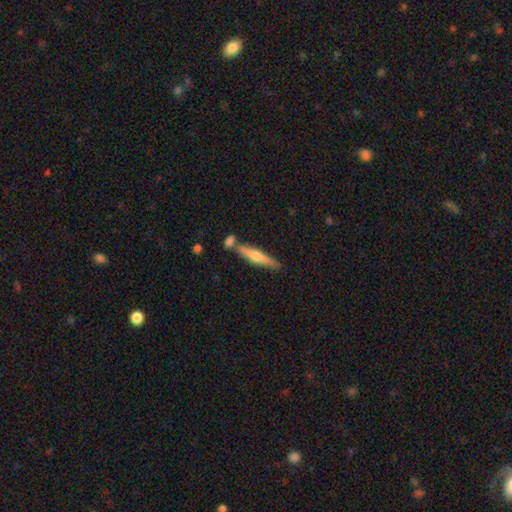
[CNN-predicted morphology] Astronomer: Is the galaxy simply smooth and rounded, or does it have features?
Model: featured or disk — 53% (runner-up: smooth, 41%).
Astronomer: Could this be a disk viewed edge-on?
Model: yes — 95%.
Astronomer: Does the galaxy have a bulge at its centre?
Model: rounded — 86%.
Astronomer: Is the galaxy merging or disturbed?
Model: none — 73%.